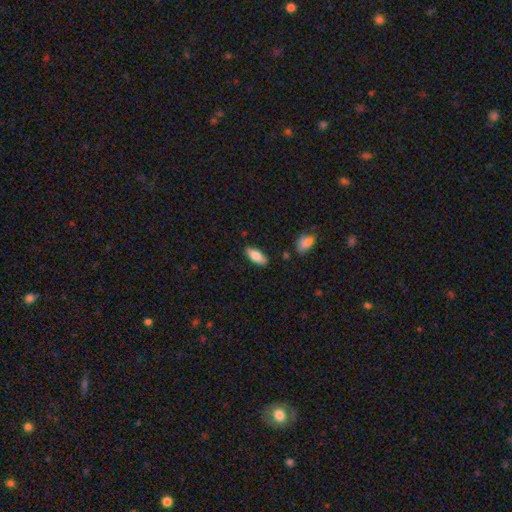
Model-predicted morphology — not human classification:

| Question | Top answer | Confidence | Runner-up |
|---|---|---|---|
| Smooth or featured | smooth | 79% | featured or disk (14%) |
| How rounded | in between | 81% | cigar-shaped (17%) |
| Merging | none | 84% | minor disturbance (12%) |